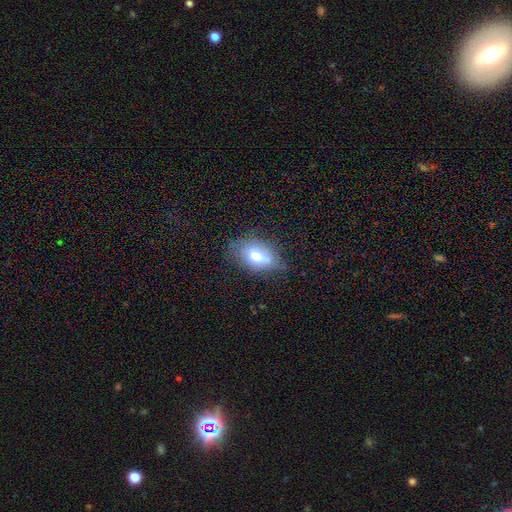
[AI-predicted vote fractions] Overall: smooth (68%). How rounded: in between (83%). Merging: none (63%; minor disturbance 27%).